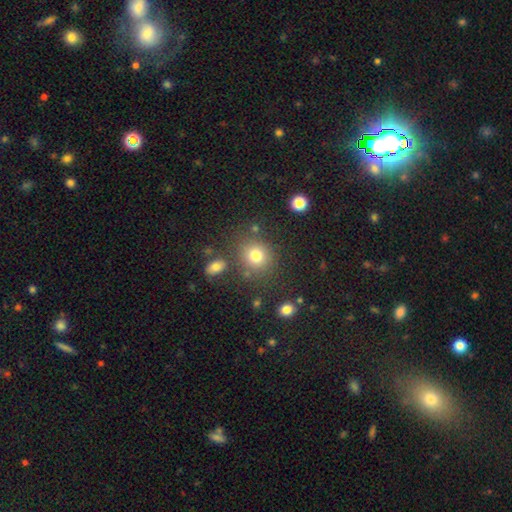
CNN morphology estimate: Q: Smooth or featured?
A: smooth (77%); runner-up: star or artifact (14%)
Q: How rounded?
A: round (83%); runner-up: in between (16%)
Q: Merging?
A: none (78%); runner-up: minor disturbance (11%)